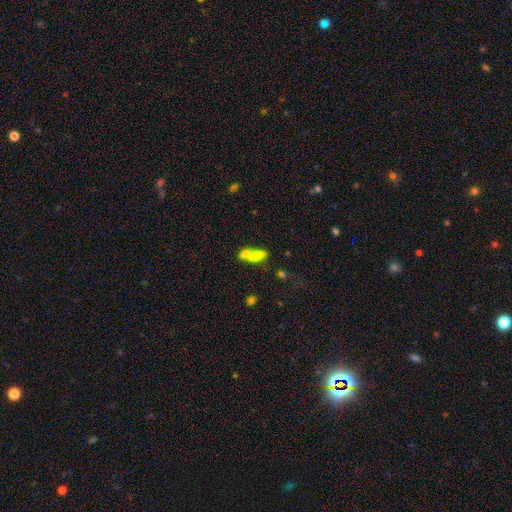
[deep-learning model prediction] This appears to be a smooth galaxy with no disk features (61%) that is in between round and cigar-shaped (69%). Merging: merger (53%).